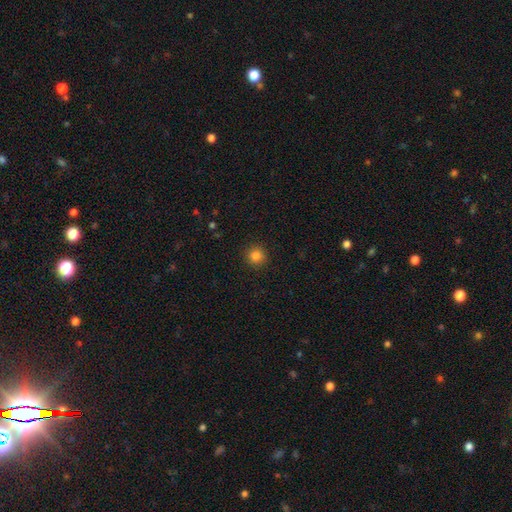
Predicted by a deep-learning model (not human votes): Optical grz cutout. It shows a smooth galaxy with no disk features (84%) that is round (94%). Merging: none (92%).